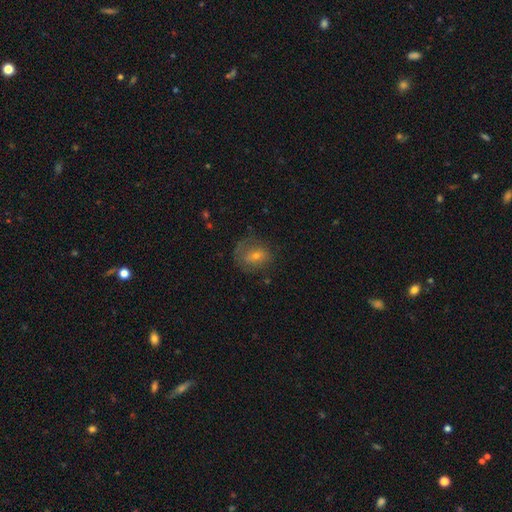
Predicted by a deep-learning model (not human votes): Smooth or featured? Predicted: smooth (p=0.53). How rounded? Predicted: round (p=0.53). Merging? Predicted: none (p=0.55).